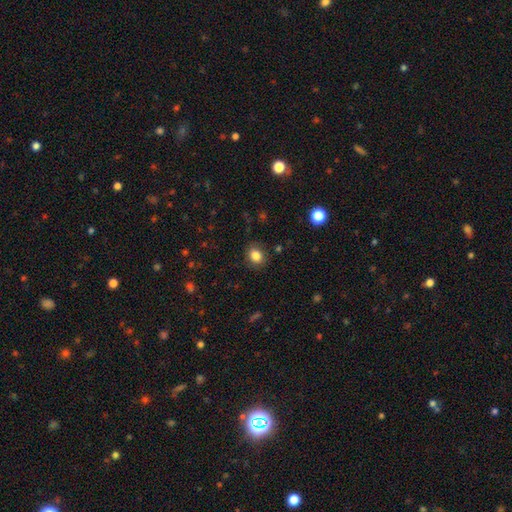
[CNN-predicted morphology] Smooth or featured: smooth — 84% (star or artifact — 10%)
How rounded: round — 65% (in between — 35%)
Merging: none — 86% (minor disturbance — 10%)